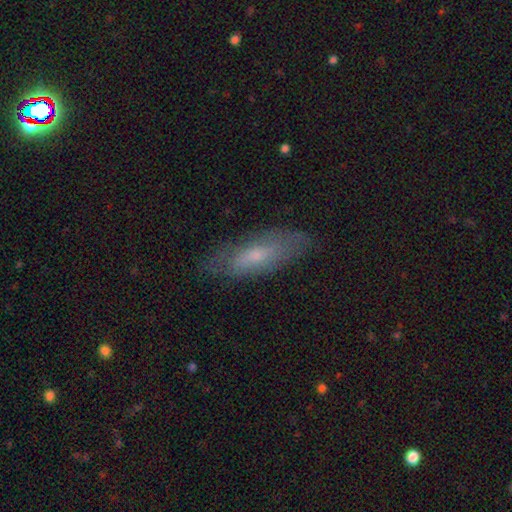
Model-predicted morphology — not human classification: smooth 55%, featured or disk 38%, star or artifact 7%. Down the decision tree: how rounded — in between (53%); merging — none (76%).